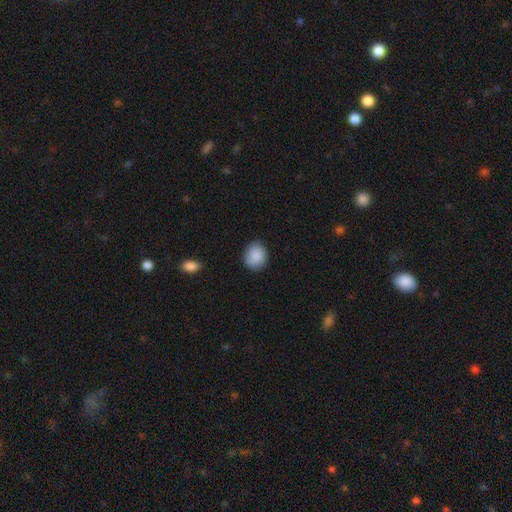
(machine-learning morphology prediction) This is clearly a smooth galaxy (84%). How rounded: likely round (73%). Merging: clearly none (81%).